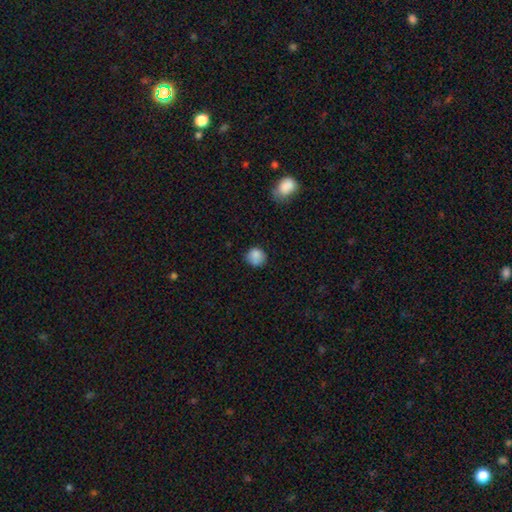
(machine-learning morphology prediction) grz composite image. It shows a smooth galaxy with no disk features (85%) that is round (86%). Merging: none (71%).